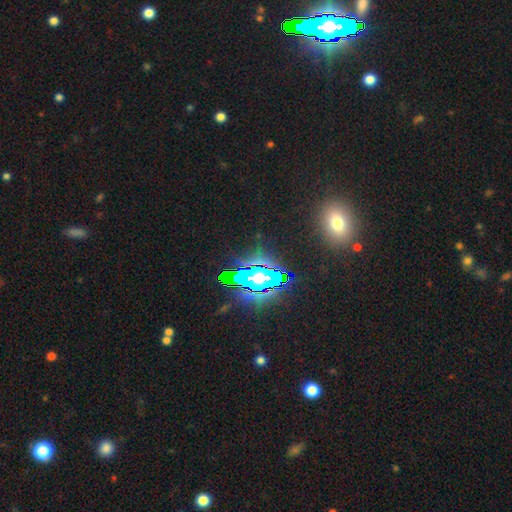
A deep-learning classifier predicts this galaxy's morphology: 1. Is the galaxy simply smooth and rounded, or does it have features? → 71% star or artifact, 16% smooth, 13% featured or disk.